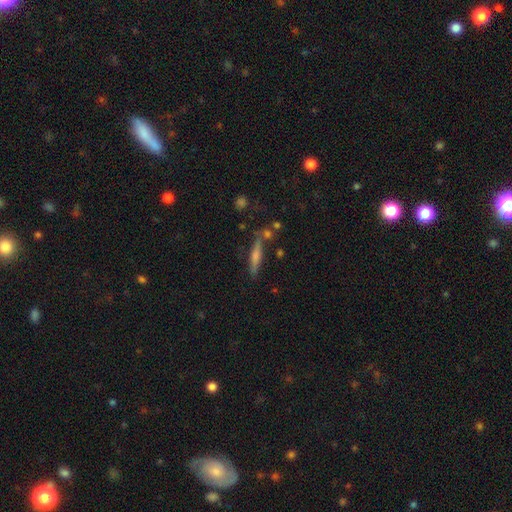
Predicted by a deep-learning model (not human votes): Q: Smooth or featured?
A: featured or disk (55%); runner-up: smooth (34%)
Q: Edge-on disk?
A: yes (94%); runner-up: no (6%)
Q: Edge-on bulge?
A: rounded (67%); runner-up: none (19%)
Q: Merging?
A: none (77%); runner-up: minor disturbance (12%)